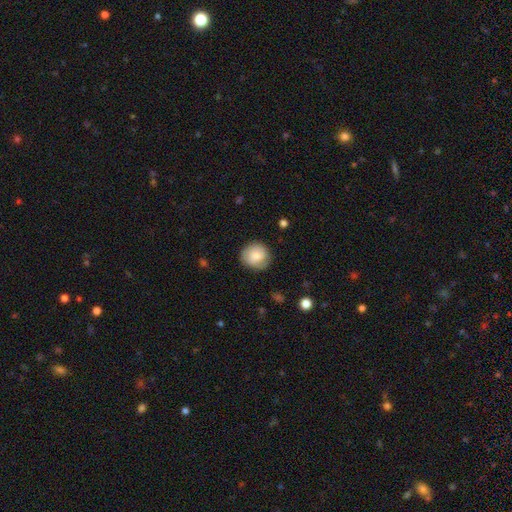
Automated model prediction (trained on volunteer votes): Smooth or featured? smooth (64%)
How rounded? round (86%)
Merging? none (77%)